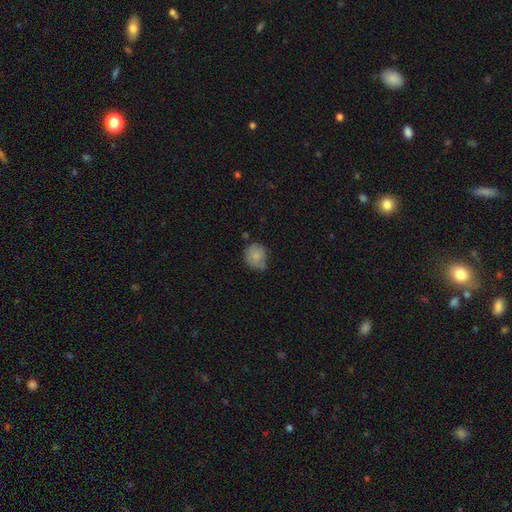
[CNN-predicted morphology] Smooth or featured? Predicted: smooth (p=0.73). How rounded? Predicted: round (p=0.69). Merging? Predicted: none (p=0.55).